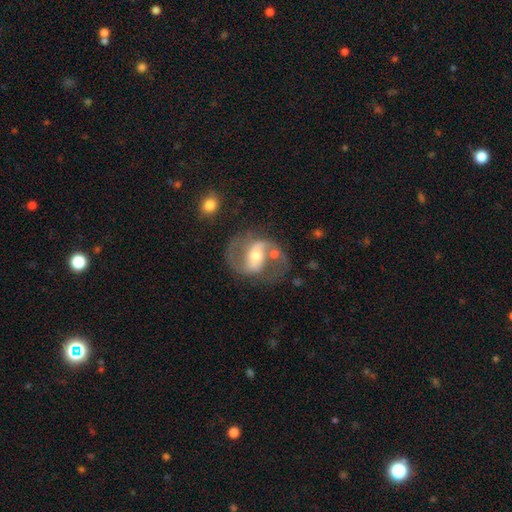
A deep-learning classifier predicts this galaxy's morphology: The model was most divided on "bar": strong: 42%, weak: 36%, no: 22%. More confident: edge-on disk — no (97%); spiral arms — yes (93%); spiral arm count — 2 (91%); smooth or featured — featured or disk (85%); merging — none (66%); bulge size — moderate (64%); spiral winding — medium (56%).